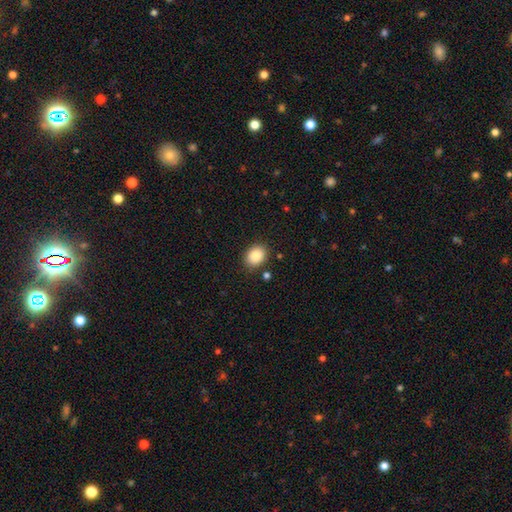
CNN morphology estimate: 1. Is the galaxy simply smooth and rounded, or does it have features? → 87% smooth, 8% star or artifact, 5% featured or disk.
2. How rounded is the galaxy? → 56% in between, 43% round, 1% cigar-shaped.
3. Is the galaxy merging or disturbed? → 86% none, 9% minor disturbance, 3% major disturbance, 2% merger.